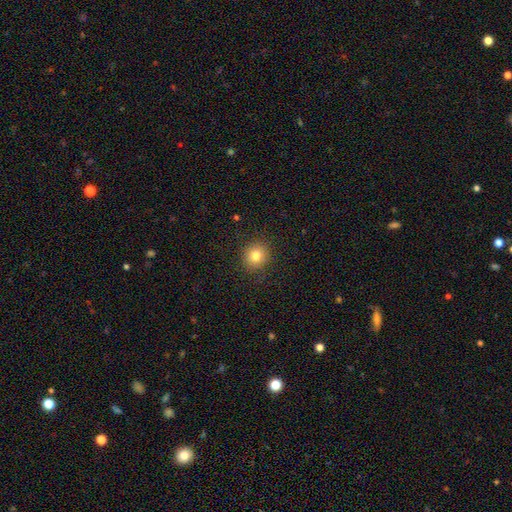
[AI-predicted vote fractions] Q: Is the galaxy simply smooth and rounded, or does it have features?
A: smooth — 81%.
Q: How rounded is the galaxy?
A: round — 84%.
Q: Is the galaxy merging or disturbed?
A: none — 89%.